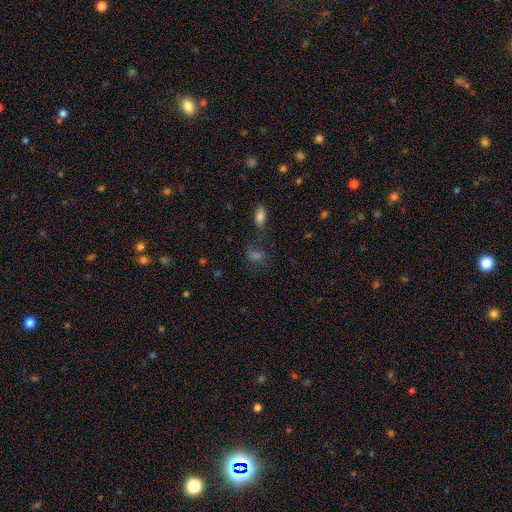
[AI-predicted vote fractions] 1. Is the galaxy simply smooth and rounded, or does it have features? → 47% smooth, 33% star or artifact, 21% featured or disk.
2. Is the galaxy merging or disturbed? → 55% none, 18% minor disturbance, 15% major disturbance, 12% merger.